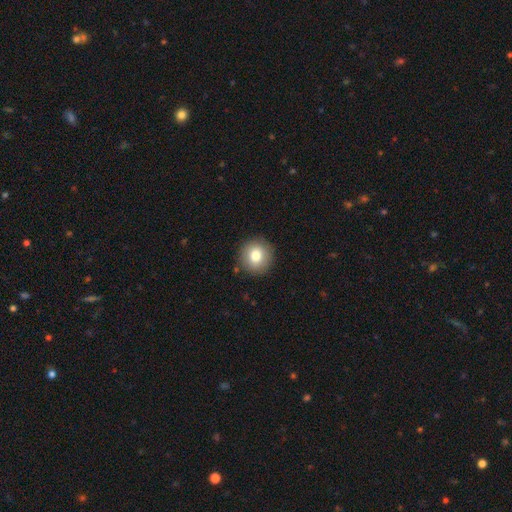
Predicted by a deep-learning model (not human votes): The model was most divided on "smooth or featured": smooth: 79%, featured or disk: 11%, star or artifact: 9%. More confident: how rounded — round (93%); merging — none (89%).